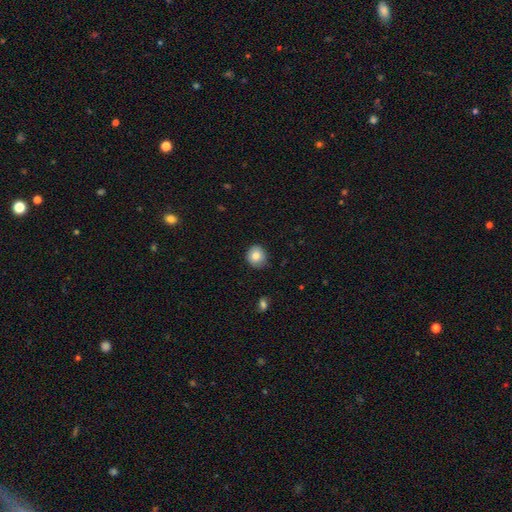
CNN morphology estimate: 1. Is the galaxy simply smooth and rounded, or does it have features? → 82% smooth, 10% featured or disk, 9% star or artifact.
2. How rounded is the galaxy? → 82% round, 17% in between, 1% cigar-shaped.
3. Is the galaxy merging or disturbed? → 83% none, 13% minor disturbance, 2% major disturbance, 1% merger.